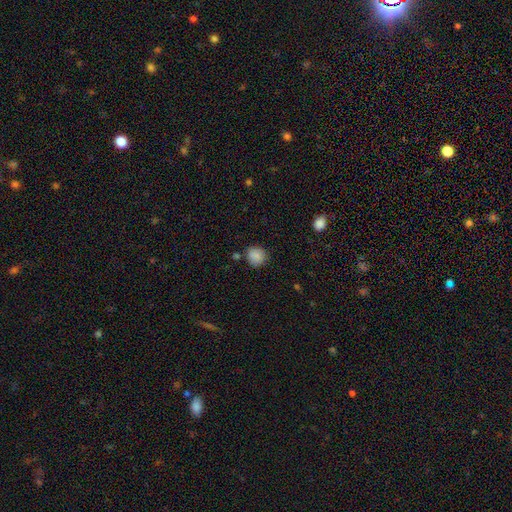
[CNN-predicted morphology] This is clearly a smooth galaxy (86%). How rounded: clearly round (87%). Merging: likely none (79%).